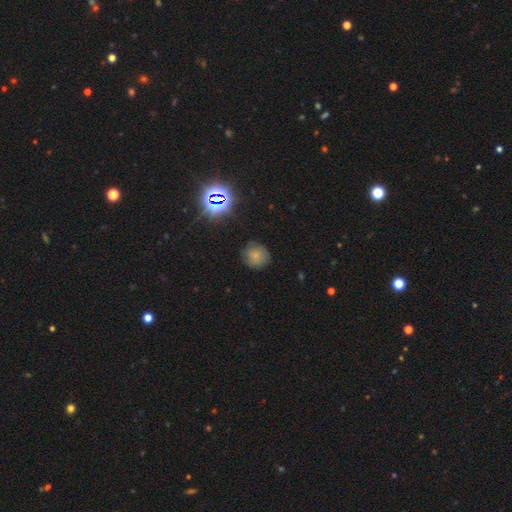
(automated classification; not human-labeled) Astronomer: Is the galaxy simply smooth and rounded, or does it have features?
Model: smooth — 70%.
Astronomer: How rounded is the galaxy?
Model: round — 89%.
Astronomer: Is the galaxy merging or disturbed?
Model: none — 80%.